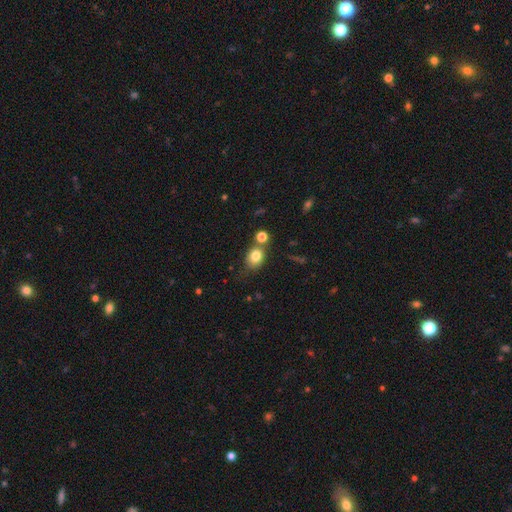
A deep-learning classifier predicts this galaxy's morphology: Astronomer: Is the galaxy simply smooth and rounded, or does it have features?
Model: smooth — 80%.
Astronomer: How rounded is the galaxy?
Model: round — 51% (runner-up: in between, 48%).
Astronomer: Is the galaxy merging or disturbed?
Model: none — 61%.